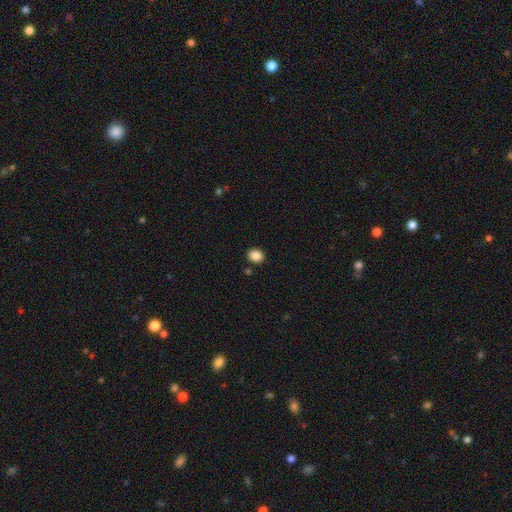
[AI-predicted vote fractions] Overall: smooth (87%). How rounded: round (55%; in between 44%). Merging: none (88%).